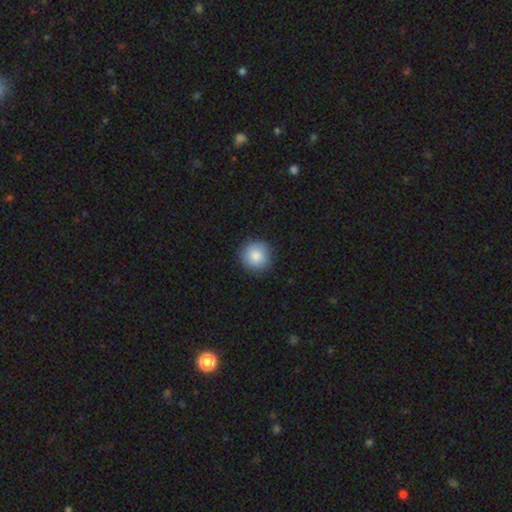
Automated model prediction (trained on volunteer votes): Smooth or featured?
  - smooth: 86% *
  - star or artifact: 8%
  - featured or disk: 6%
How rounded?
  - round: 94% *
  - in between: 5%
  - cigar-shaped: 1%
Merging?
  - none: 90% *
  - minor disturbance: 7%
  - major disturbance: 2%
  - merger: 1%